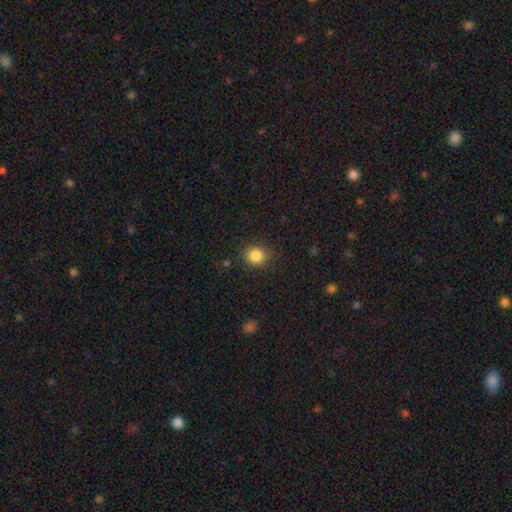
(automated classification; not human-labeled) Q: Smooth or featured?
A: smooth (85%); runner-up: star or artifact (11%)
Q: How rounded?
A: round (77%); runner-up: in between (22%)
Q: Merging?
A: none (85%); runner-up: minor disturbance (10%)